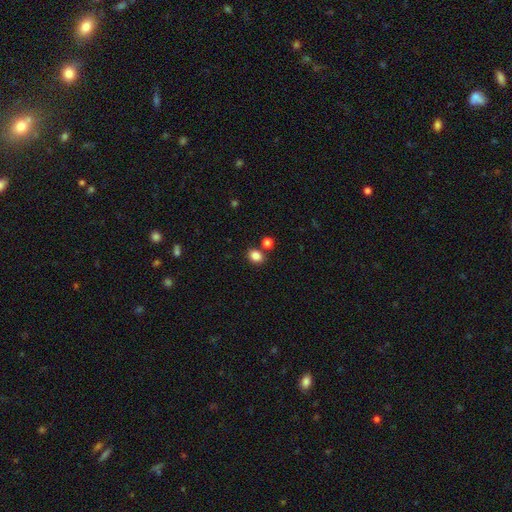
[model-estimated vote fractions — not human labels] Smooth or featured? smooth (85%)
How rounded? in between (50%)
Merging? none (74%)